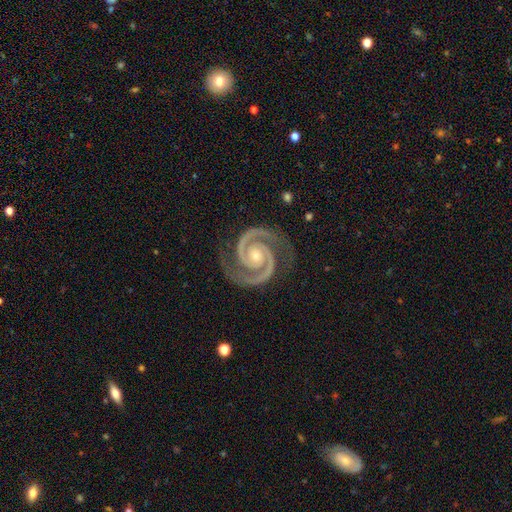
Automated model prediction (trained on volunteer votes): Smooth or featured?
  - featured or disk: 95% *
  - star or artifact: 3%
  - smooth: 2%
Edge-on disk?
  - no: 98% *
  - yes: 2%
Bar?
  - no: 70% *
  - weak: 19%
  - strong: 11%
Spiral arms?
  - yes: 99% *
  - no: 1%
Spiral winding?
  - tight: 66% *
  - medium: 31%
  - loose: 3%
Spiral arm count?
  - 2: 95% *
  - 3: 1%
  - can't tell: 1%
  - 1: 1%
  - 4: 1%
  - more than 4: 1%
Bulge size?
  - small: 58% *
  - moderate: 38%
  - none: 2%
  - large: 1%
  - dominant: 1%
Merging?
  - none: 86% *
  - minor disturbance: 11%
  - major disturbance: 3%
  - merger: 1%